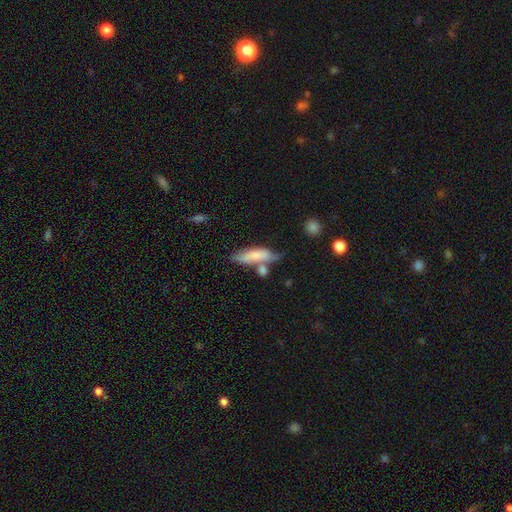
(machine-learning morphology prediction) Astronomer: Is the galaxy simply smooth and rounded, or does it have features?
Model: smooth — 72%.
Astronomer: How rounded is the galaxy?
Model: cigar-shaped — 52% (runner-up: in between, 45%).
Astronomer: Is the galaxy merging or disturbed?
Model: none — 47% (runner-up: merger, 23%).